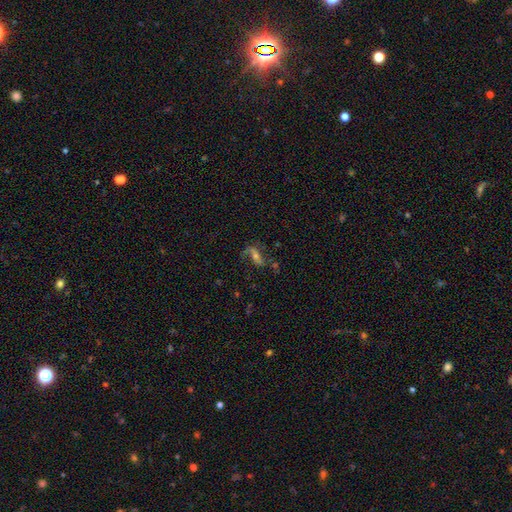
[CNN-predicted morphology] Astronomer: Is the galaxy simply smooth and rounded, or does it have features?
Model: featured or disk — 68%.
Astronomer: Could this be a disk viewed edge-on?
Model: no — 88%.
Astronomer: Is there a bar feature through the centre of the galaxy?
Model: no — 39% (runner-up: weak, 34%).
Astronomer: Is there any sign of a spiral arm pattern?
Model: yes — 86%.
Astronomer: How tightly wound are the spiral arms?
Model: loose — 64%.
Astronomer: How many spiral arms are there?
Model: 2 — 74%.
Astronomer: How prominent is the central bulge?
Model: moderate — 47% (runner-up: small, 42%).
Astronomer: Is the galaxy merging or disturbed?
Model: none — 57%.